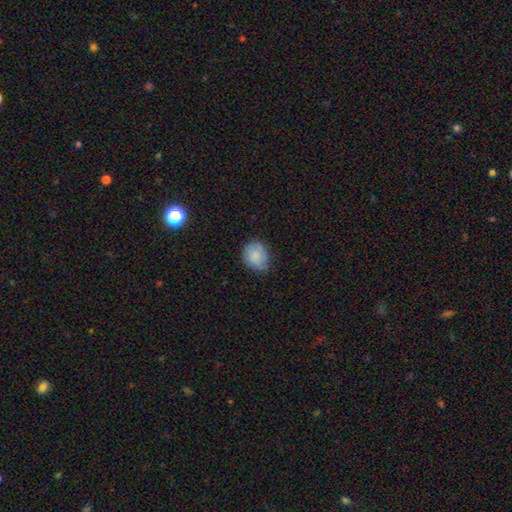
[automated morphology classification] This is clearly a smooth galaxy (83%). How rounded: likely round (63%). Merging: likely none (71%).